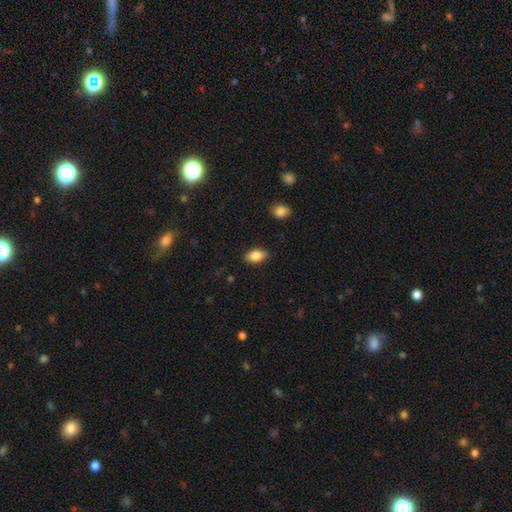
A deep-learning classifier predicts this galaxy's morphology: This appears to be a smooth galaxy with no disk features (83%) that is in between round and cigar-shaped (89%). Merging: none (86%).